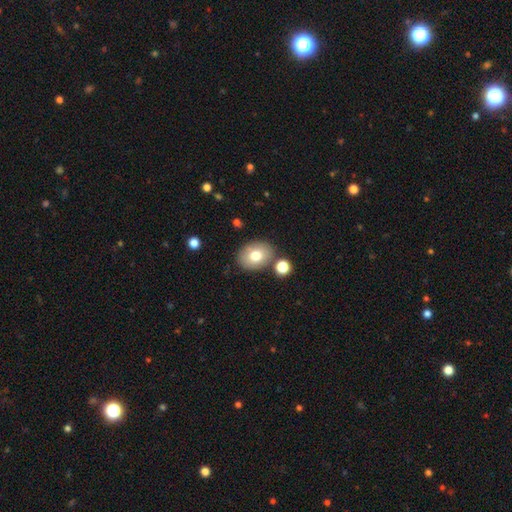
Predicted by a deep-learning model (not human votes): A smooth galaxy with no disk features (76%) that is in between round and cigar-shaped (63%). Merging: none (79%).